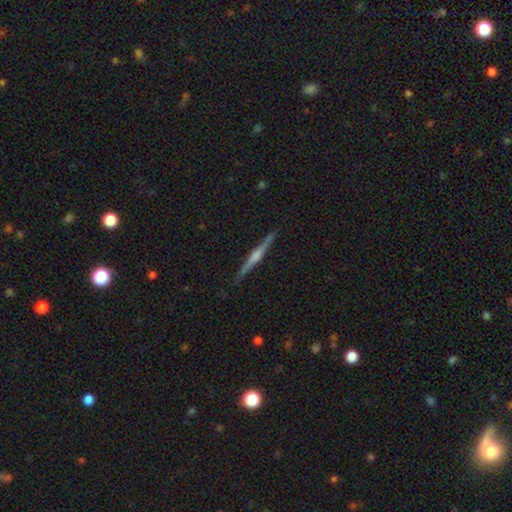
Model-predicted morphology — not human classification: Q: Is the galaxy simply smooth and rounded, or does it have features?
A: featured or disk — 78%.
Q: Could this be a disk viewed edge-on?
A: yes — 98%.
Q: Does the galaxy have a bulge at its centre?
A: rounded — 80%.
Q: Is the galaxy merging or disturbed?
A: none — 91%.